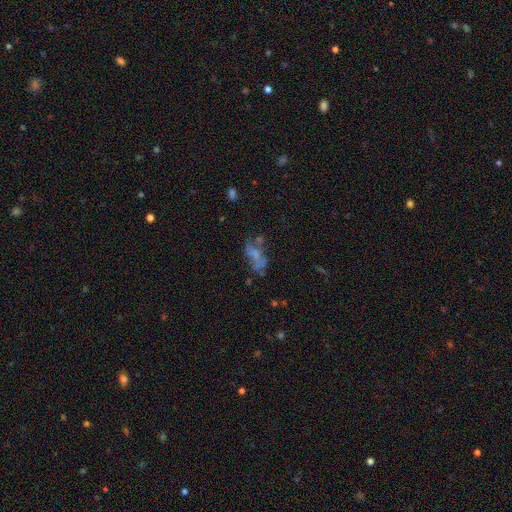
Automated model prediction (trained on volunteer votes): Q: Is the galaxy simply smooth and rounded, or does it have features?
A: featured or disk — 46%.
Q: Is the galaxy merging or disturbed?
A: none — 37%.